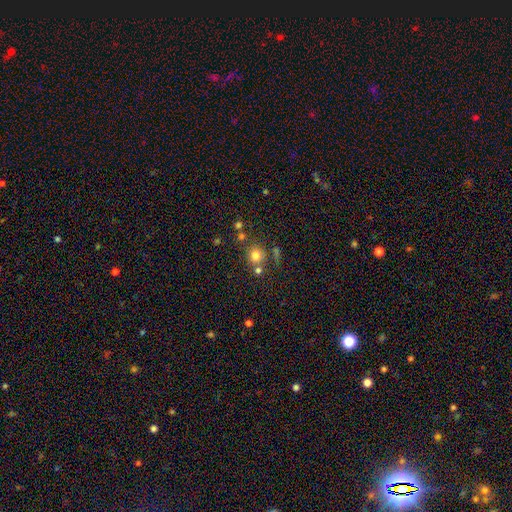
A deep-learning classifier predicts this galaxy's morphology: This is likely a smooth galaxy (76%). How rounded: clearly round (88%). Merging: likely none (68%).